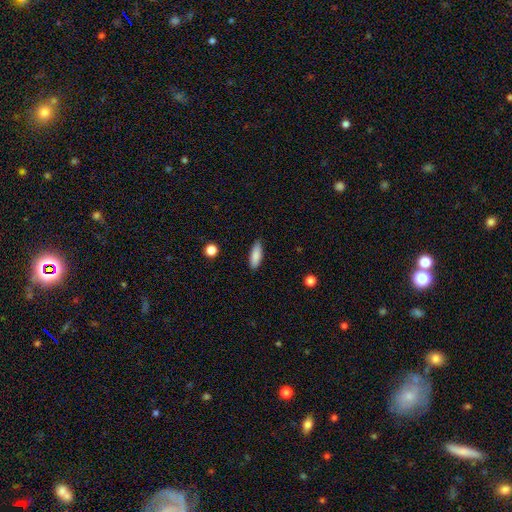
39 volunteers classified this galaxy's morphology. Volunteers were most divided on "how rounded": in between: 54%, cigar-shaped: 46%, round: 0%. More confident: smooth or featured — smooth (95%); merging — none (86%).